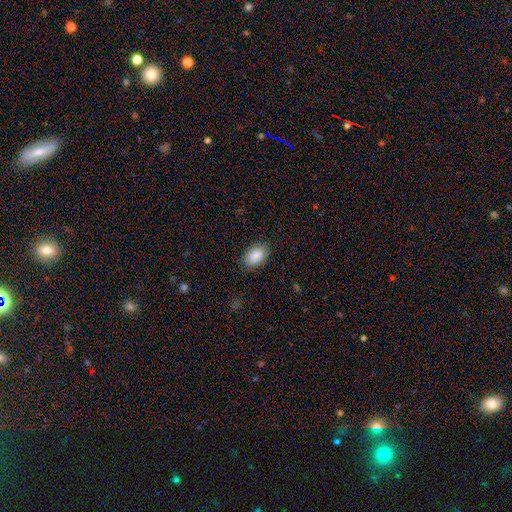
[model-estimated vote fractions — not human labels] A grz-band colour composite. It shows a smooth galaxy with no disk features (89%) that is in between round and cigar-shaped (92%). Merging: none (86%).